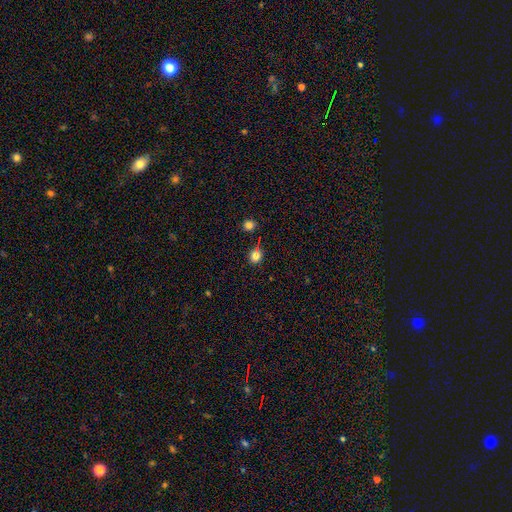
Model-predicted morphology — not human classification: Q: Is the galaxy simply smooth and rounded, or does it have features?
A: smooth — 80%.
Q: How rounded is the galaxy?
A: round — 81%.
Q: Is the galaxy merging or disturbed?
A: none — 69%.